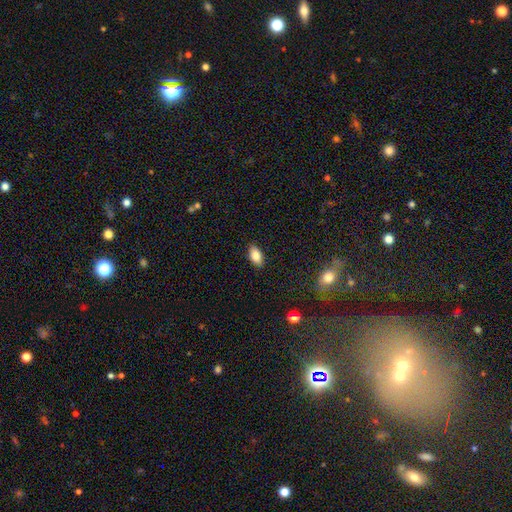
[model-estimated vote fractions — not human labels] Q: Smooth or featured?
A: smooth (83%); runner-up: featured or disk (8%)
Q: How rounded?
A: in between (91%); runner-up: round (5%)
Q: Merging?
A: none (88%); runner-up: minor disturbance (9%)